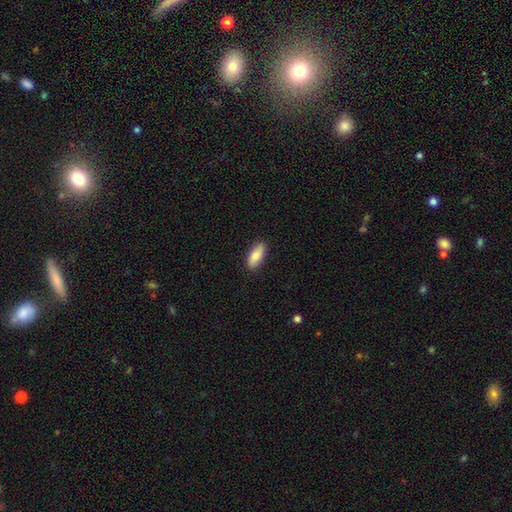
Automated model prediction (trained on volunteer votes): Overall: smooth (86%). How rounded: in between (79%). Merging: none (88%).